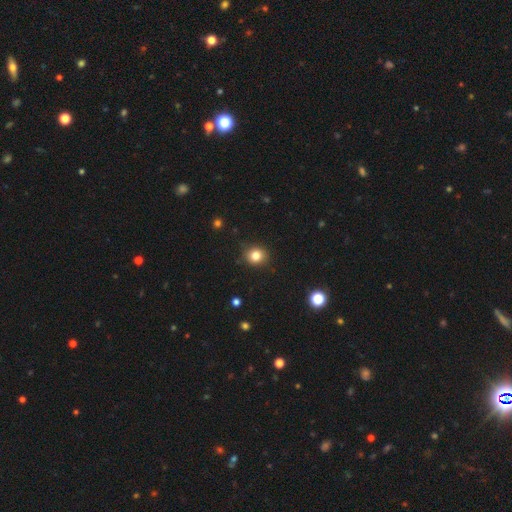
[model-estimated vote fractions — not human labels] Smooth or featured? Predicted: smooth (p=0.82). How rounded? Predicted: round (p=0.83). Merging? Predicted: none (p=0.89).